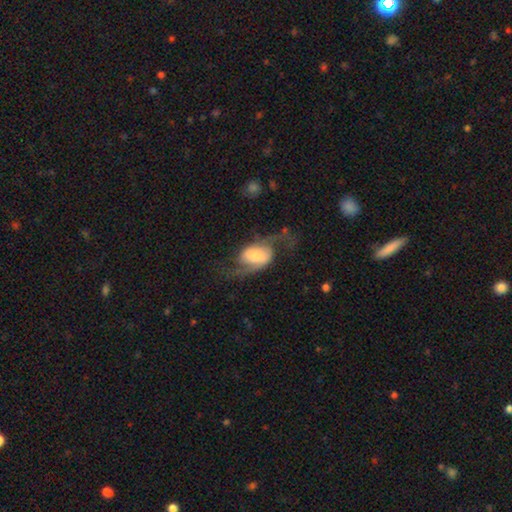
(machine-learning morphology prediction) A featured or disk galaxy (75%) with a weak bar (42%), 2 (91%) loose (63%) spiral arms (92%) and a moderate central bulge (37%). Merging: none (58%).